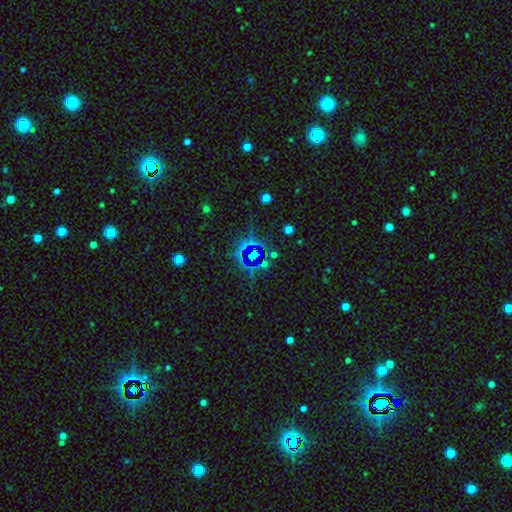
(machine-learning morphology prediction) This appears to be a star or artifact, not a galaxy (75%).